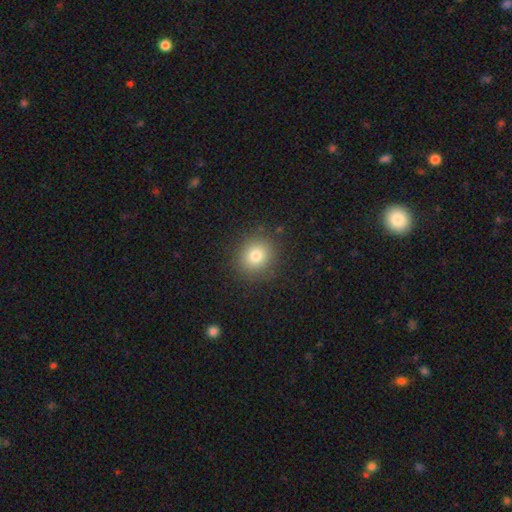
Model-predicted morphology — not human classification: Smooth or featured? Predicted: smooth (p=0.79). How rounded? Predicted: round (p=0.83). Merging? Predicted: none (p=0.87).